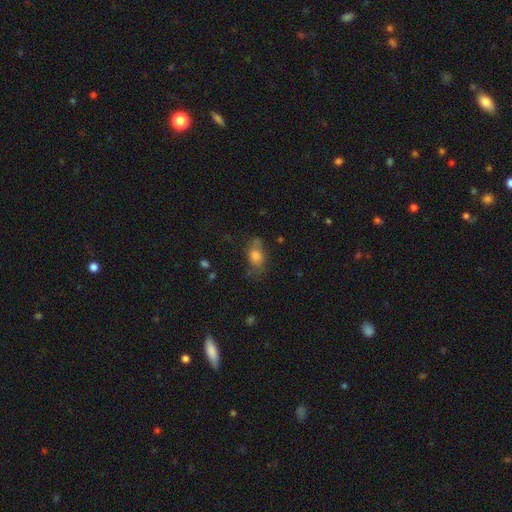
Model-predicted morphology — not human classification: smooth_or_featured: smooth (p=0.70) [alt: featured or disk p=0.19]
how_rounded: in between (p=0.79) [alt: round p=0.15]
merging: none (p=0.57) [alt: minor disturbance p=0.26]